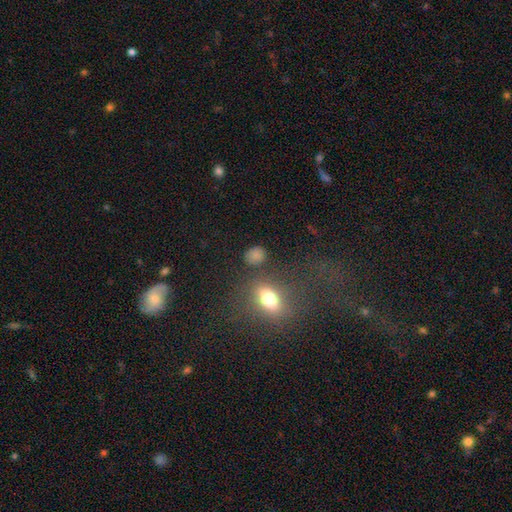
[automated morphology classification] smooth_or_featured: smooth (p=0.78) [alt: star or artifact p=0.15]
how_rounded: round (p=0.60) [alt: in between p=0.38]
merging: none (p=0.78) [alt: minor disturbance p=0.12]